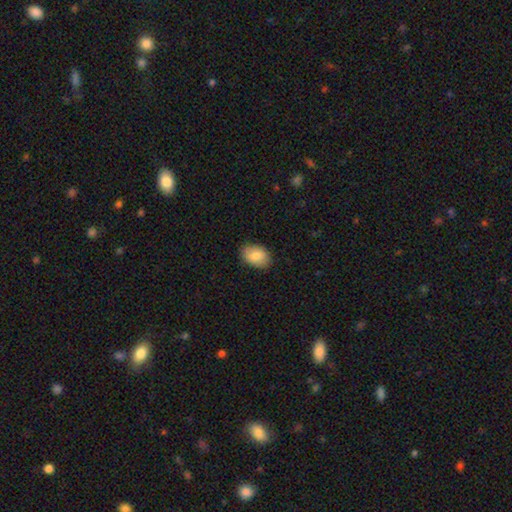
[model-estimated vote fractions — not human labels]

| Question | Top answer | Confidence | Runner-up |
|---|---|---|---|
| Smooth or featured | smooth | 84% | featured or disk (9%) |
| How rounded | in between | 87% | round (11%) |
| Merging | none | 84% | minor disturbance (12%) |